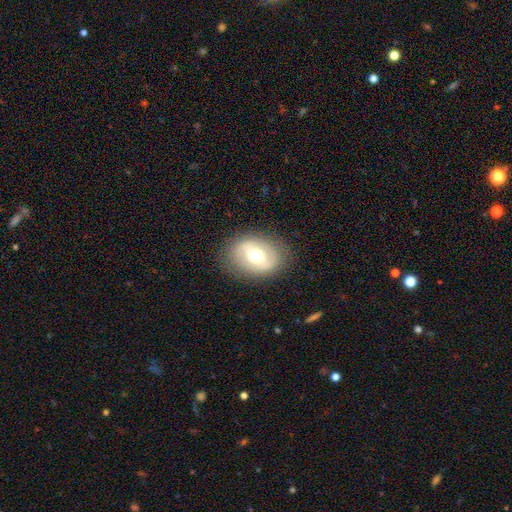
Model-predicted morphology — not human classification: featured or disk 49%, smooth 43%, star or artifact 8%. Down the decision tree: merging — none (81%).